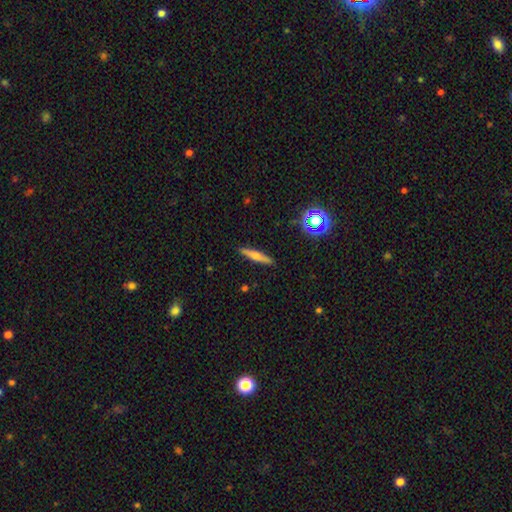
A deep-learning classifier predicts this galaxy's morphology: Smooth or featured? Predicted: smooth (p=0.56). How rounded? Predicted: cigar-shaped (p=0.90). Merging? Predicted: none (p=0.90).